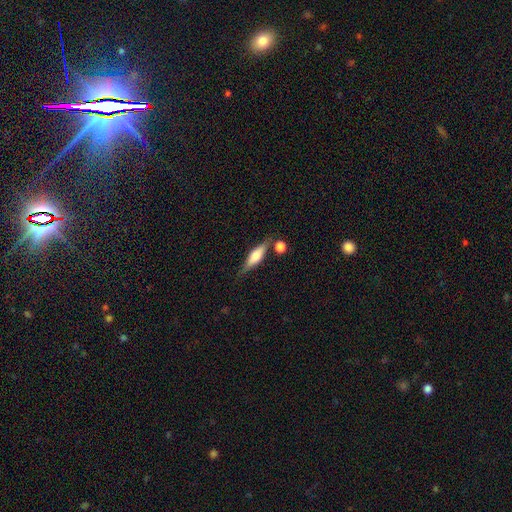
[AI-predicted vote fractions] smooth-or-featured: featured or disk: 51% | smooth: 41% | star or artifact: 7%
  disk-edge-on: yes: 92% | no: 8%
  merging: none: 71% | minor disturbance: 14% | merger: 10% | major disturbance: 4%